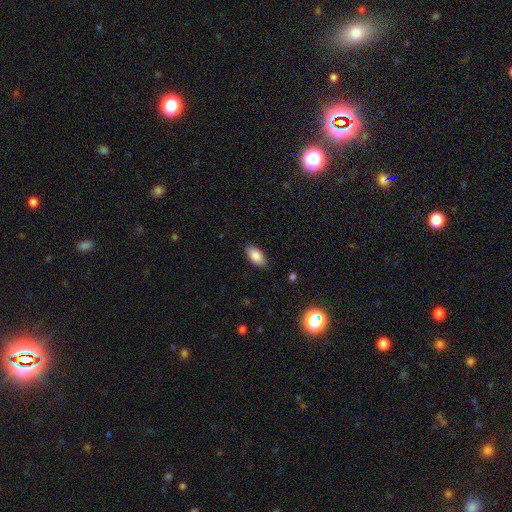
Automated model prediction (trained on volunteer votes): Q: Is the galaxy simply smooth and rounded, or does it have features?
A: smooth — 88%.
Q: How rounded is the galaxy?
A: in between — 94%.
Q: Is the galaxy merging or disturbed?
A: none — 86%.